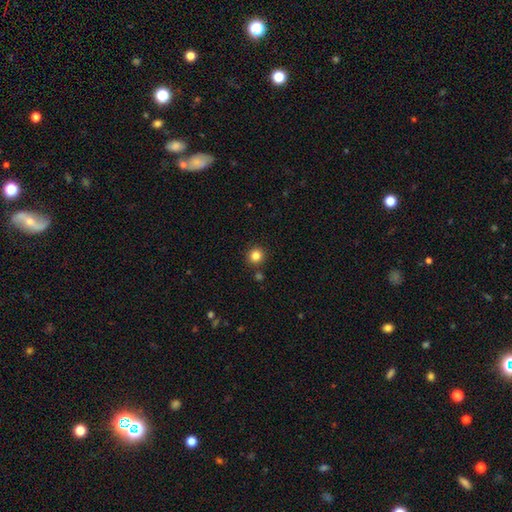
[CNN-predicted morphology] smooth 84%, star or artifact 12%, featured or disk 5%. Down the decision tree: how rounded — round (92%); merging — none (87%).